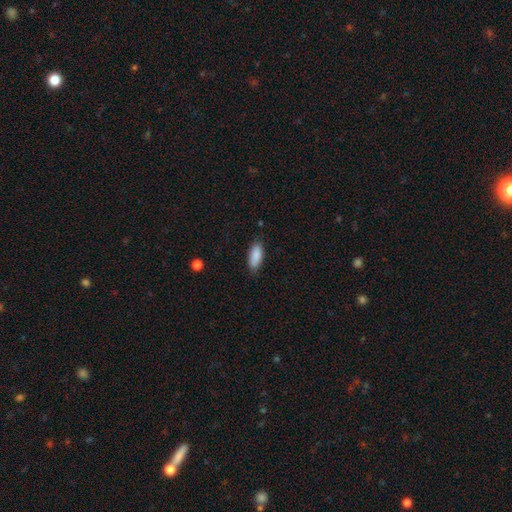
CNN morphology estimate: type=smooth (89%); roundness=in between (80%); merging=none (83%).